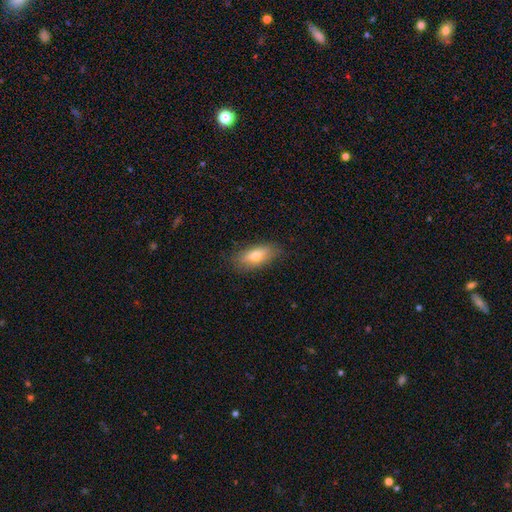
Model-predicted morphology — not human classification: smooth 70%, featured or disk 23%, star or artifact 7%. Down the decision tree: how rounded — in between (74%); merging — none (83%).